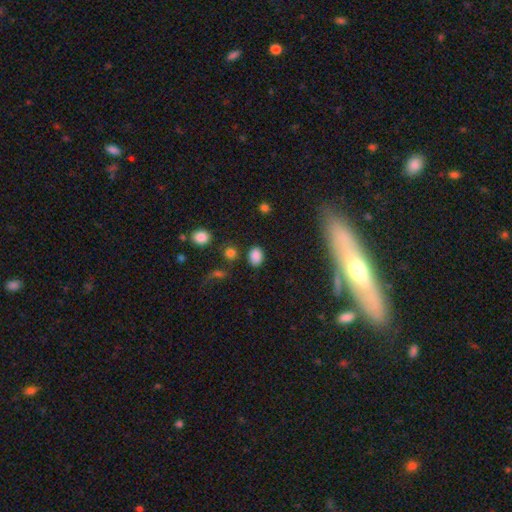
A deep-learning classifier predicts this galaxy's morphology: Q: Smooth or featured?
A: smooth (84%); runner-up: star or artifact (11%)
Q: How rounded?
A: in between (67%); runner-up: round (31%)
Q: Merging?
A: none (81%); runner-up: minor disturbance (11%)